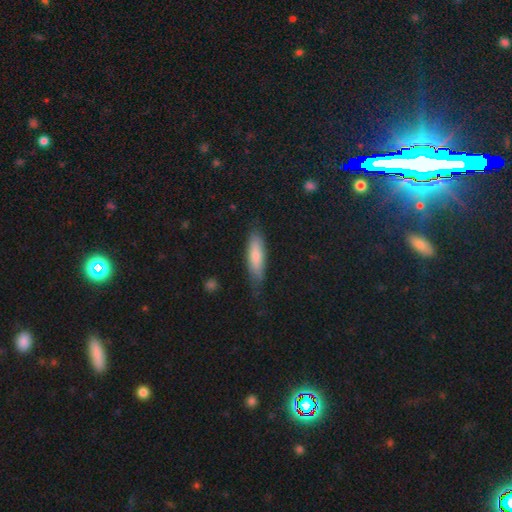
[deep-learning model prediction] This is likely a smooth galaxy (73%). How rounded: likely cigar-shaped (61%). Merging: likely none (73%).